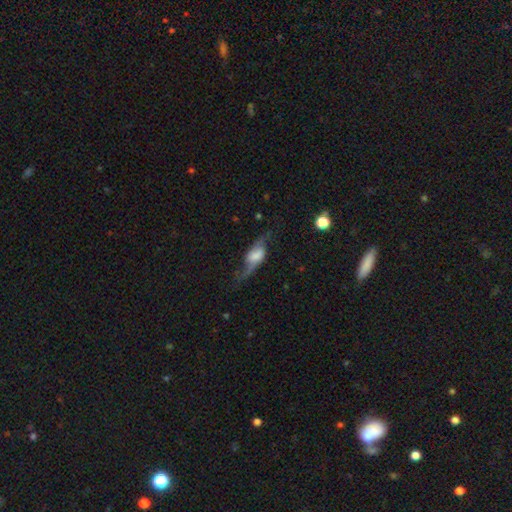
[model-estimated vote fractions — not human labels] Q: Smooth or featured?
A: featured or disk (68%); runner-up: smooth (24%)
Q: Edge-on disk?
A: no (74%); runner-up: yes (26%)
Q: Bar?
A: no (41%); runner-up: weak (36%)
Q: Spiral arms?
A: yes (86%); runner-up: no (14%)
Q: Bulge size?
A: large (27%); runner-up: none (23%)
Q: Merging?
A: none (56%); runner-up: minor disturbance (22%)